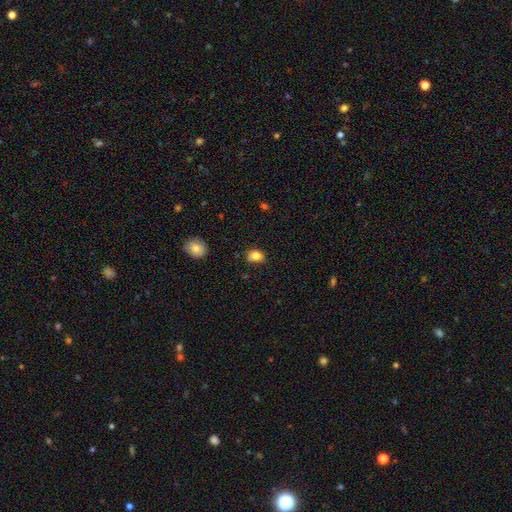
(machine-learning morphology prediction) smooth_or_featured: smooth (p=0.83) [alt: star or artifact p=0.11]
how_rounded: in between (p=0.62) [alt: round p=0.37]
merging: none (p=0.71) [alt: minor disturbance p=0.22]